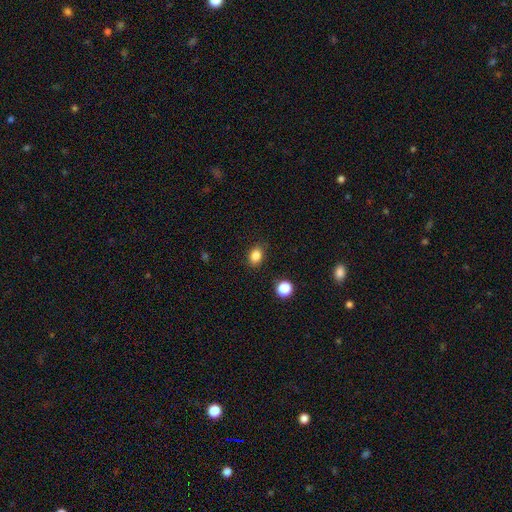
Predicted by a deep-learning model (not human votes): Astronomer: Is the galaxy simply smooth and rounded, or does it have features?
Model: smooth — 84%.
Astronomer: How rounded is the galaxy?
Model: in between — 69%.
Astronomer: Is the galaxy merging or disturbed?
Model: none — 86%.